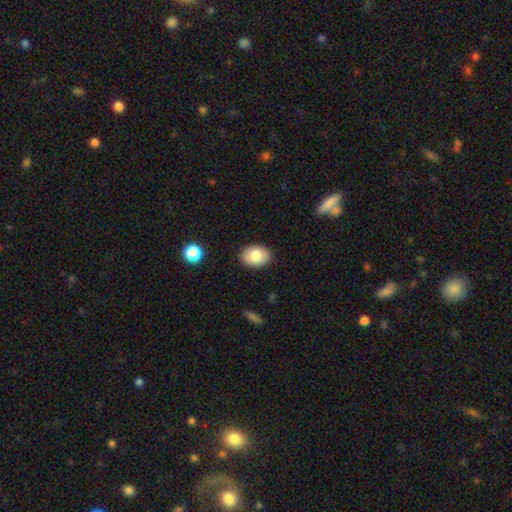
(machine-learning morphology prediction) type=smooth (83%); roundness=in between (77%); merging=none (88%).